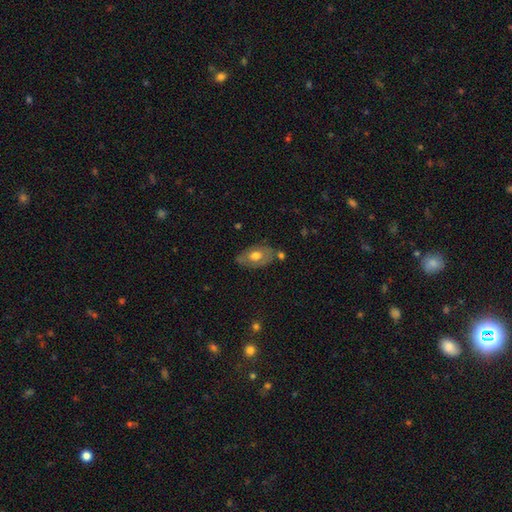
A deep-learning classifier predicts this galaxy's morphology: A smooth galaxy with no disk features (55%) that is in between round and cigar-shaped (88%). Merging: none (63%).